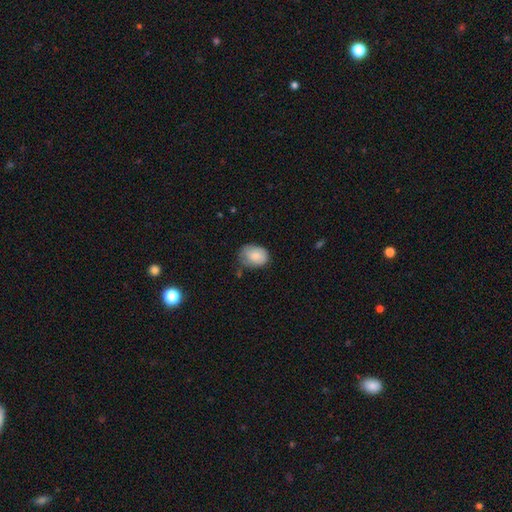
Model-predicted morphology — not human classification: A smooth galaxy with no disk features (80%) that is in between round and cigar-shaped (63%).

Vote fractions:
- Smooth or featured? smooth: 80% / featured or disk: 13% / star or artifact: 7%
- How rounded? in between: 63% / round: 36% / cigar-shaped: 1%
- Merging? none: 53% / minor disturbance: 36% / major disturbance: 8% / merger: 3%